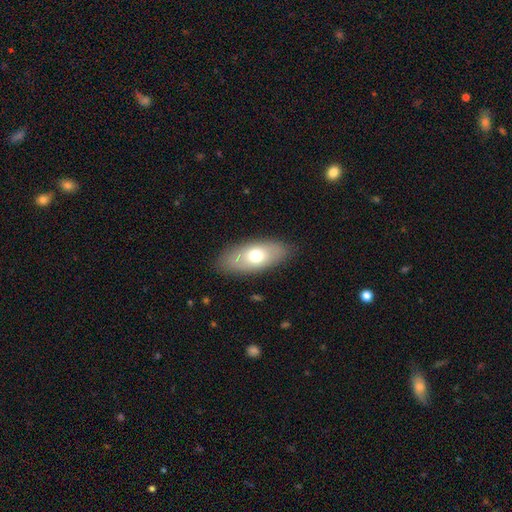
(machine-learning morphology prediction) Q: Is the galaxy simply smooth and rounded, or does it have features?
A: smooth — 64%.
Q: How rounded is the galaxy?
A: in between — 88%.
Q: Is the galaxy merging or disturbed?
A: none — 84%.